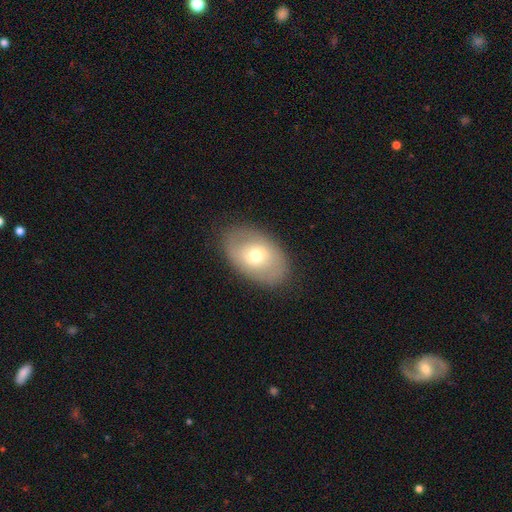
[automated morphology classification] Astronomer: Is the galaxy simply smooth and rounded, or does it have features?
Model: smooth — 54% (runner-up: featured or disk, 39%).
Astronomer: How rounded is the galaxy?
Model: in between — 85%.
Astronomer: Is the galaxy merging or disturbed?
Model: none — 83%.